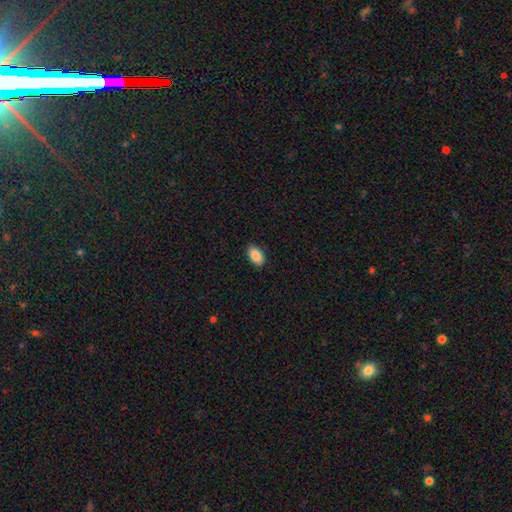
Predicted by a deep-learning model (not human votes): Smooth or featured? smooth (90%)
How rounded? in between (93%)
Merging? none (88%)